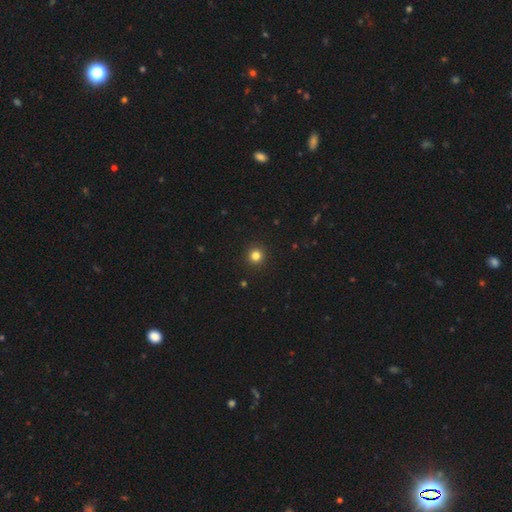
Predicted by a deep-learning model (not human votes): smooth_or_featured: smooth (p=0.82) [alt: star or artifact p=0.14]
how_rounded: round (p=0.95) [alt: in between p=0.04]
merging: none (p=0.93) [alt: minor disturbance p=0.04]